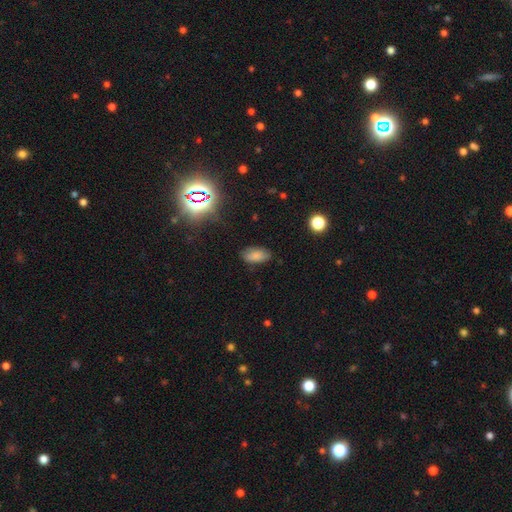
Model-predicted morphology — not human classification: Smooth or featured? smooth (80%)
How rounded? in between (92%)
Merging? none (81%)